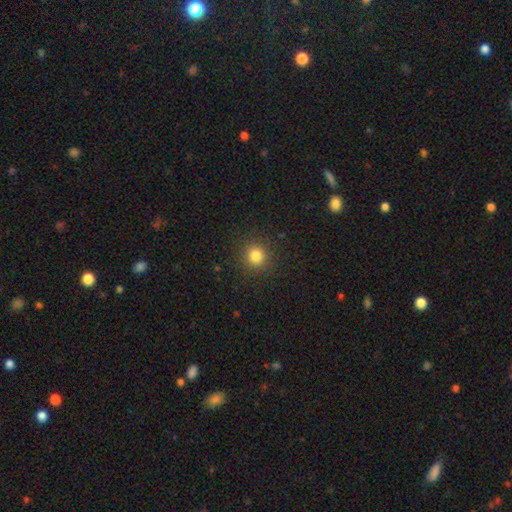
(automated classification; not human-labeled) This appears to be a smooth galaxy with no disk features (82%) that is round (91%). Merging: none (90%).